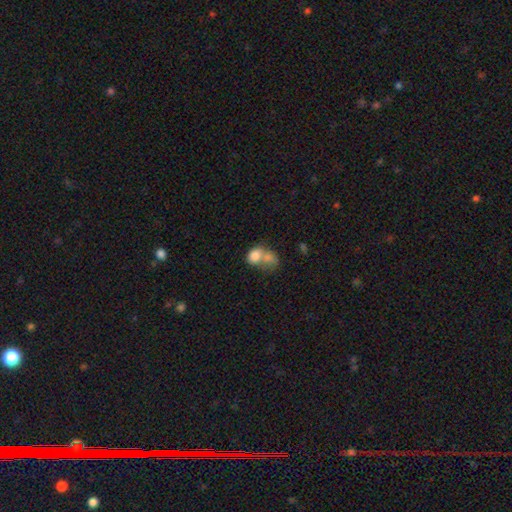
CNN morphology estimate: type=smooth (76%); roundness=in between (58%); merging=merger (68%).